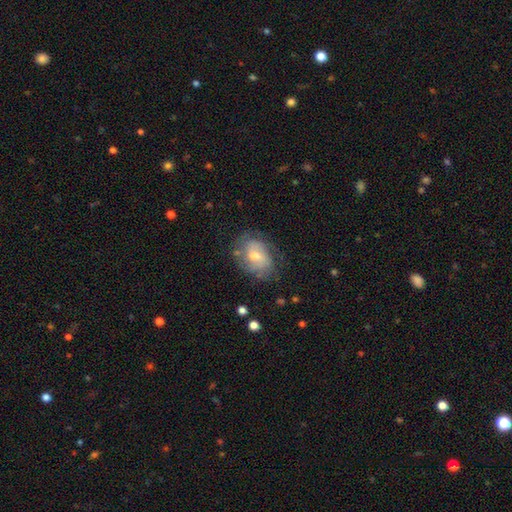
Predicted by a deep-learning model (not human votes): A featured or disk galaxy (56%) with a weak bar (51%), spiral arms (78%) and a moderate central bulge (52%).

Vote fractions:
- Smooth or featured? featured or disk: 56% / smooth: 37% / star or artifact: 8%
- Edge-on disk? no: 97% / yes: 3%
- Bar? weak: 51% / no: 40% / strong: 10%
- Spiral arms? yes: 78% / no: 22%
- Bulge size? moderate: 52% / small: 36% / large: 6% / none: 5% / dominant: 1%
- Merging? none: 63% / minor disturbance: 23% / major disturbance: 12% / merger: 2%